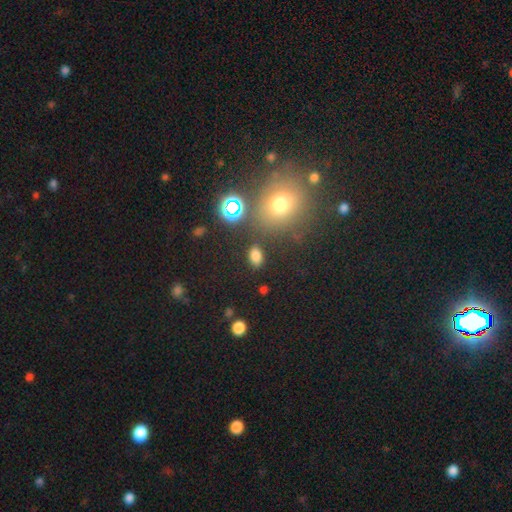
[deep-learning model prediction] Overall: smooth (75%). How rounded: in between (82%). Merging: none (81%).